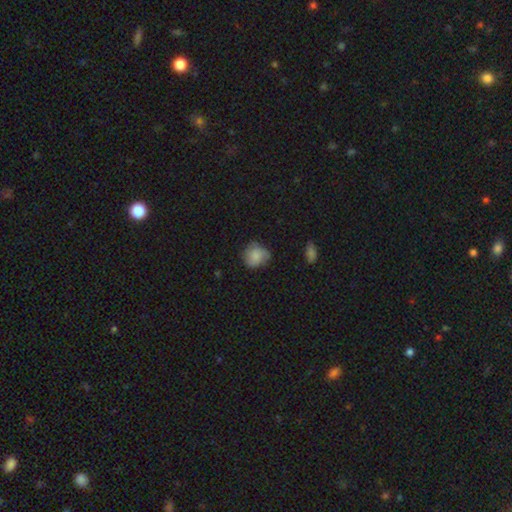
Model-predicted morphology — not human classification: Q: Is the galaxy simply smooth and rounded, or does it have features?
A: smooth — 74%.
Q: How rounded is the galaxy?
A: round — 73%.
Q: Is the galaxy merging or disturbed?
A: none — 59%.